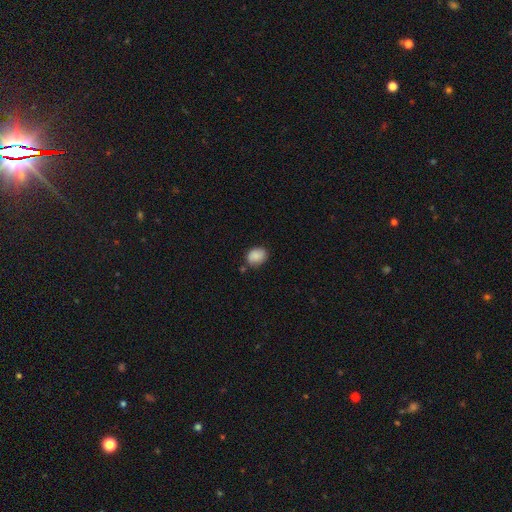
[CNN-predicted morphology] This is clearly a smooth galaxy (87%). How rounded: possibly in between (56%). Merging: likely none (74%).